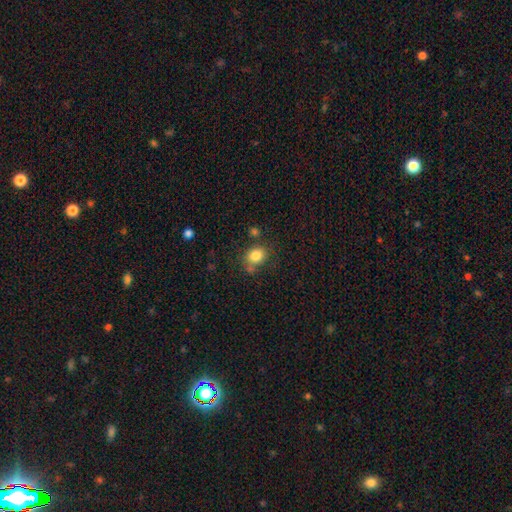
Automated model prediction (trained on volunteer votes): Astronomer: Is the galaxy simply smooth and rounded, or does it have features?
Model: smooth — 83%.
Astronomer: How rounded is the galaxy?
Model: round — 57% (runner-up: in between, 42%).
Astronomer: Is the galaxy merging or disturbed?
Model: none — 68%.